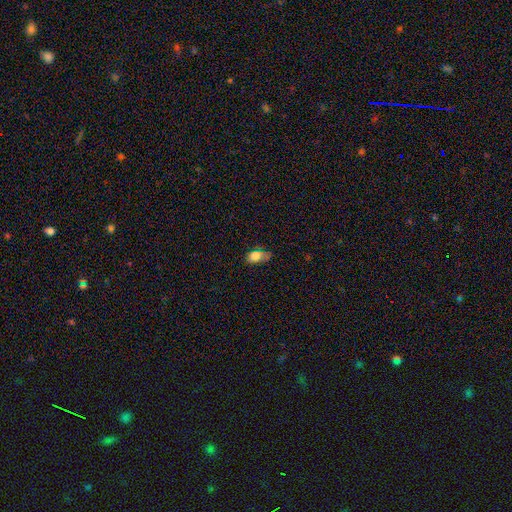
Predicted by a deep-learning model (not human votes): Q: Smooth or featured?
A: smooth (79%); runner-up: featured or disk (11%)
Q: How rounded?
A: in between (88%); runner-up: round (9%)
Q: Merging?
A: minor disturbance (40%); runner-up: none (38%)